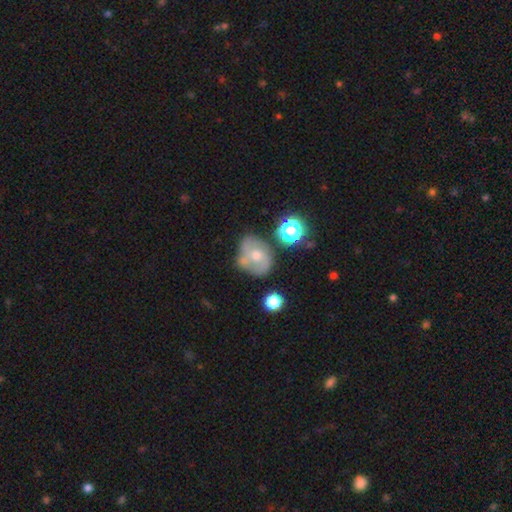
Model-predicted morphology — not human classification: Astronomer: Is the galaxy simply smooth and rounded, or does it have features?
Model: featured or disk — 51% (runner-up: smooth, 38%).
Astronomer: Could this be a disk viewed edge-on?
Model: no — 96%.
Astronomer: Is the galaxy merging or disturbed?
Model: none — 49% (runner-up: minor disturbance, 25%).